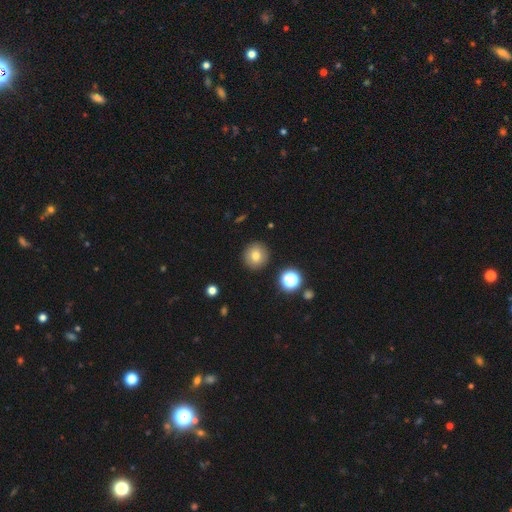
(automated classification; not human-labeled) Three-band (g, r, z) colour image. It shows a smooth galaxy with no disk features (75%) that is round (93%). Merging: none (90%).